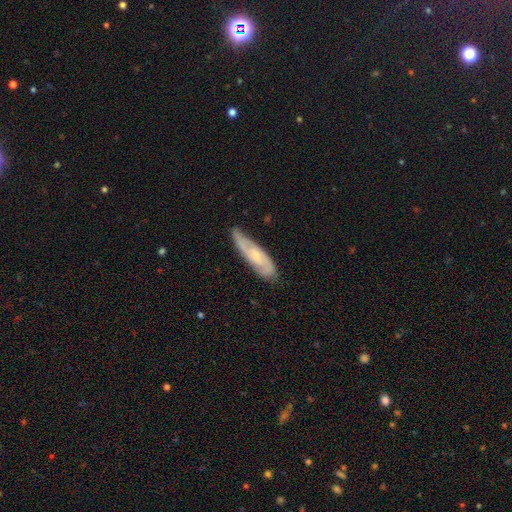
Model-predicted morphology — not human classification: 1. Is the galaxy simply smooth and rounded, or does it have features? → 63% featured or disk, 31% smooth, 6% star or artifact.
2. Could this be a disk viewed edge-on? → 77% no, 23% yes.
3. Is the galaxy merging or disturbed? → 74% none, 20% minor disturbance, 4% major disturbance, 2% merger.